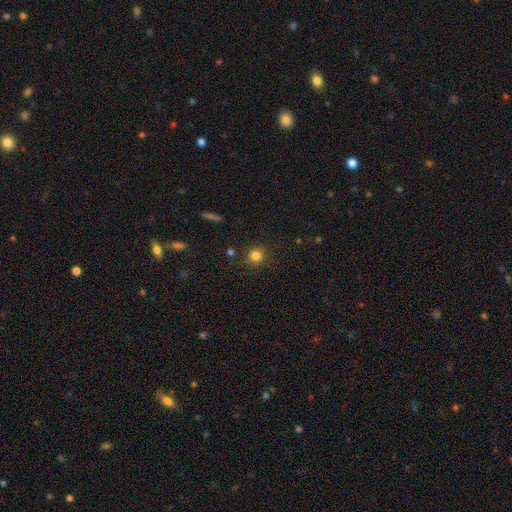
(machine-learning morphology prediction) Smooth or featured? smooth (81%)
How rounded? round (90%)
Merging? none (88%)